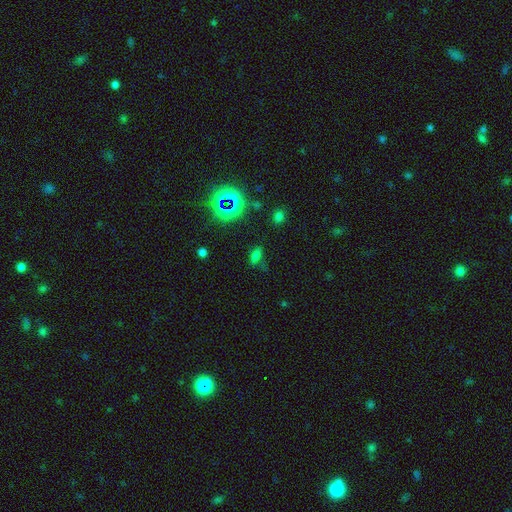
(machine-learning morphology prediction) A smooth galaxy with no disk features (57%) that is in between round and cigar-shaped (76%). Merging: none (72%).